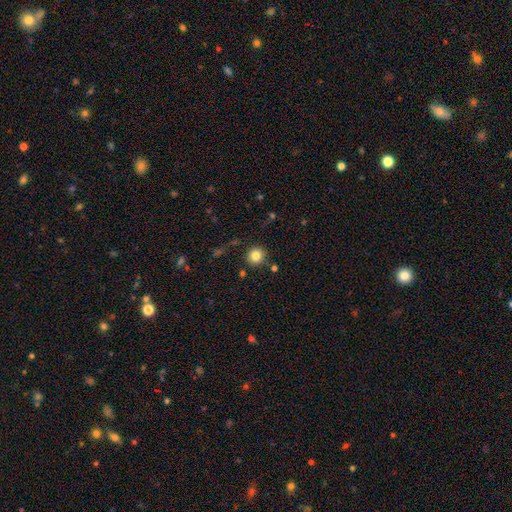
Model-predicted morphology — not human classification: smooth_or_featured: smooth (p=0.82) [alt: star or artifact p=0.11]
how_rounded: round (p=0.92) [alt: in between p=0.07]
merging: none (p=0.86) [alt: minor disturbance p=0.08]